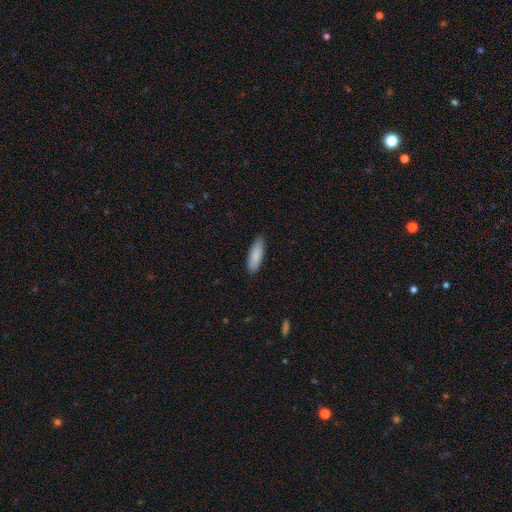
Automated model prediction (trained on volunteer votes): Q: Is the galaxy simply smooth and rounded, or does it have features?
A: smooth — 86%.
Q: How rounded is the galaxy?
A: in between — 51%.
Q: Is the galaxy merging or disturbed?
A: none — 85%.